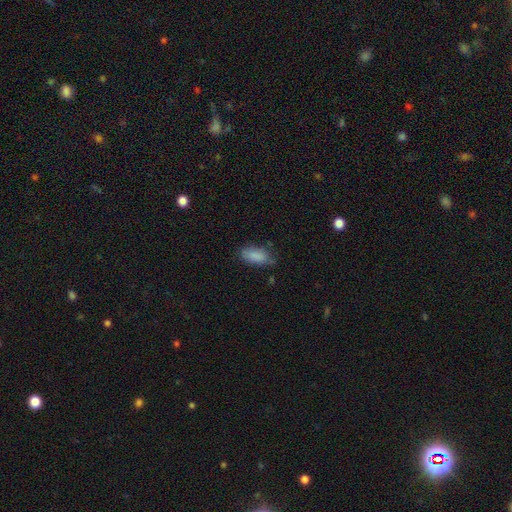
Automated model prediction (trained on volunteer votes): Smooth or featured?
  - smooth: 86% *
  - star or artifact: 7%
  - featured or disk: 7%
How rounded?
  - in between: 89% *
  - cigar-shaped: 8%
  - round: 3%
Merging?
  - none: 68% *
  - minor disturbance: 24%
  - major disturbance: 6%
  - merger: 2%